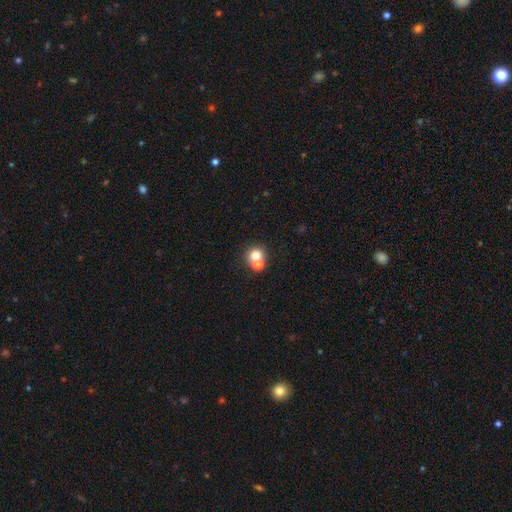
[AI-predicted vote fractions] A smooth galaxy with no disk features (72%) that is round (83%).

Vote fractions:
- Smooth or featured? smooth: 72% / featured or disk: 15% / star or artifact: 13%
- How rounded? round: 83% / in between: 16% / cigar-shaped: 1%
- Merging? merger: 46% / none: 44% / minor disturbance: 6% / major disturbance: 3%